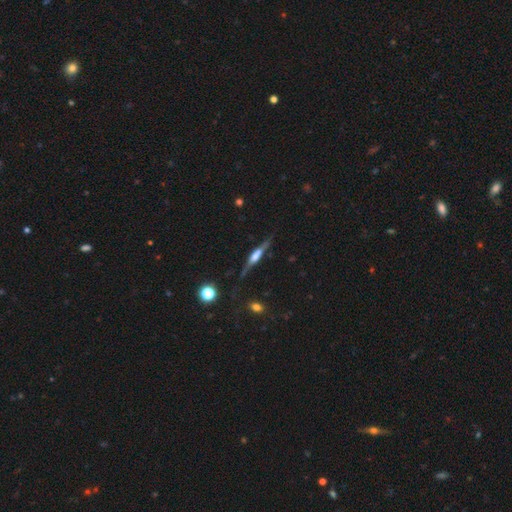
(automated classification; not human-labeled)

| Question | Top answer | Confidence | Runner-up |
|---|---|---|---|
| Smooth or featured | featured or disk | 70% | smooth (22%) |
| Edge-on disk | yes | 94% | no (6%) |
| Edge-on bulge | rounded | 51% | boxy (40%) |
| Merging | none | 74% | minor disturbance (17%) |